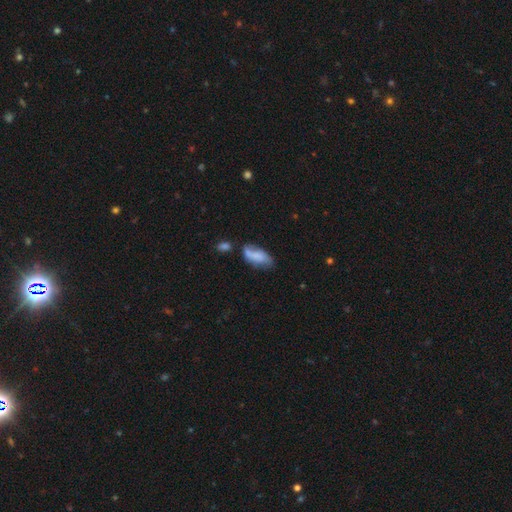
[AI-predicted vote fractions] smooth 68%, featured or disk 24%, star or artifact 8%. Down the decision tree: how rounded — in between (86%); merging — none (42%).